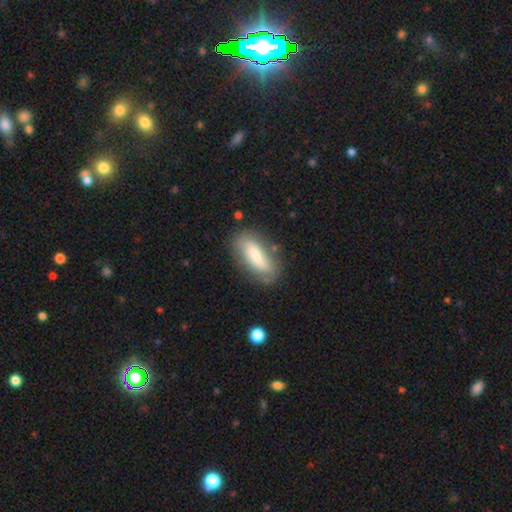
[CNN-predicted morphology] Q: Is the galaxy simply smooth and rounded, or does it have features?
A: smooth — 68%.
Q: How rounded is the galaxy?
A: in between — 71%.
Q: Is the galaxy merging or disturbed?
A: none — 74%.